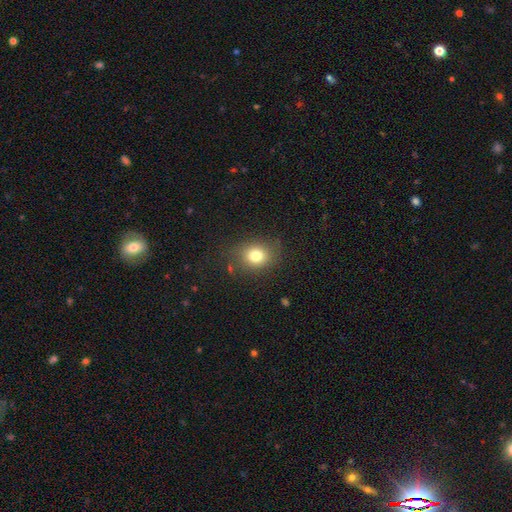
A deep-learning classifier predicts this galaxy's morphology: The model was most divided on "how rounded": round: 62%, in between: 37%, cigar-shaped: 1%. More confident: merging — none (80%); smooth or featured — smooth (78%).